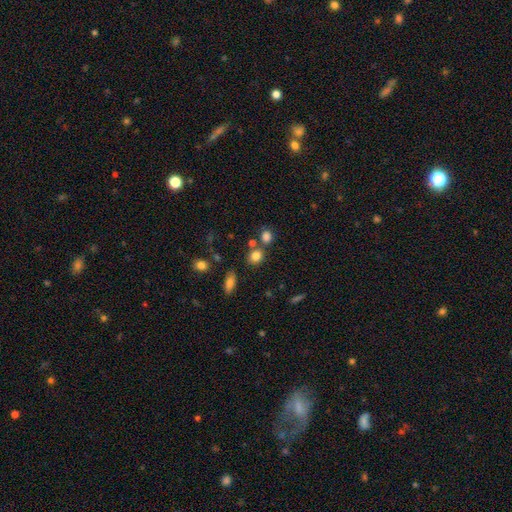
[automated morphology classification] smooth-or-featured: smooth: 80% | star or artifact: 12% | featured or disk: 7%
  how-rounded: round: 71% | in between: 28% | cigar-shaped: 1%
  merging: none: 66% | merger: 19% | minor disturbance: 11% | major disturbance: 4%